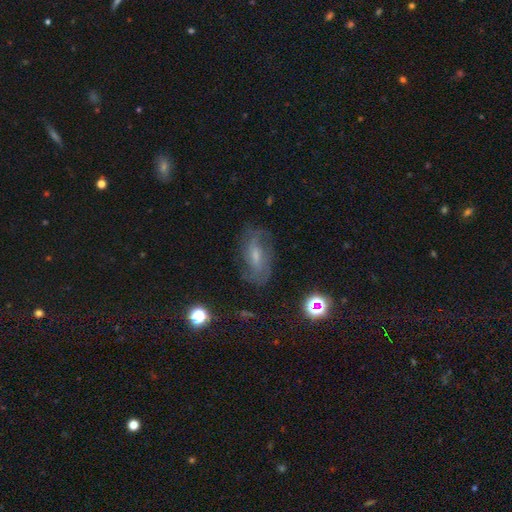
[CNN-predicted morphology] Q: Smooth or featured?
A: featured or disk (66%); runner-up: smooth (22%)
Q: Edge-on disk?
A: no (93%); runner-up: yes (7%)
Q: Bar?
A: weak (50%); runner-up: no (34%)
Q: Spiral arms?
A: yes (86%); runner-up: no (14%)
Q: Spiral winding?
A: medium (43%); runner-up: tight (38%)
Q: Spiral arm count?
A: 2 (46%); runner-up: can't tell (35%)
Q: Bulge size?
A: small (51%); runner-up: moderate (36%)
Q: Merging?
A: none (71%); runner-up: minor disturbance (18%)